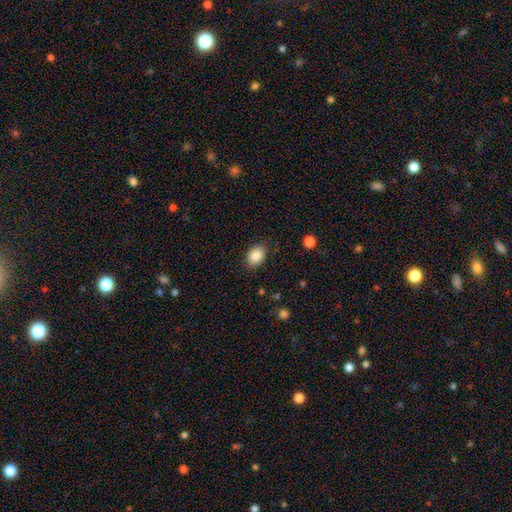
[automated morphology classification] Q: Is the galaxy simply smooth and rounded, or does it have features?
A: smooth — 87%.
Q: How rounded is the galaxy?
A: in between — 71%.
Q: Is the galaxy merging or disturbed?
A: none — 85%.